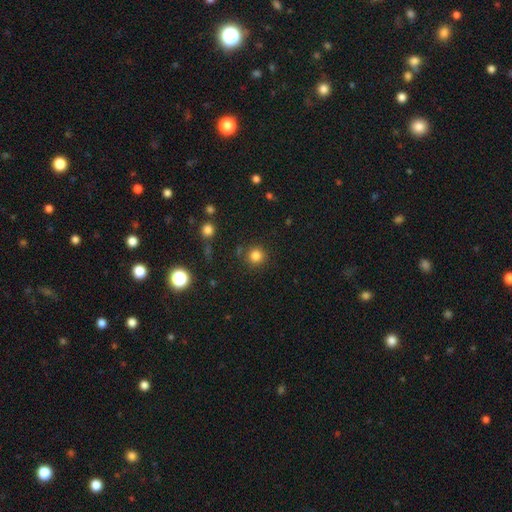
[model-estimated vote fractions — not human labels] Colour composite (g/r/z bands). It shows a smooth galaxy with no disk features (82%) that is round (93%). Merging: none (86%).